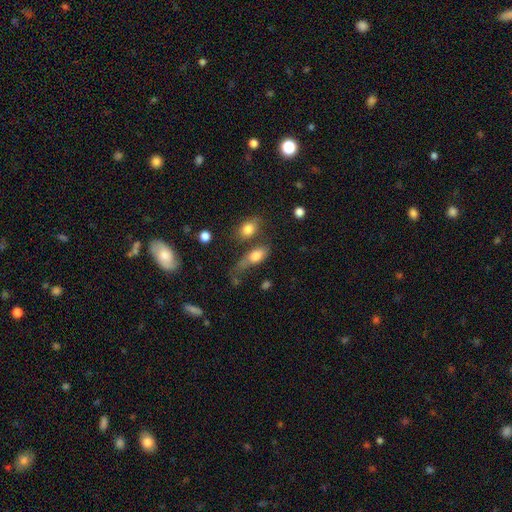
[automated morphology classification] Smooth or featured: smooth — 76% (featured or disk — 15%)
How rounded: in between — 80% (cigar-shaped — 11%)
Merging: none — 36% (minor disturbance — 23%)